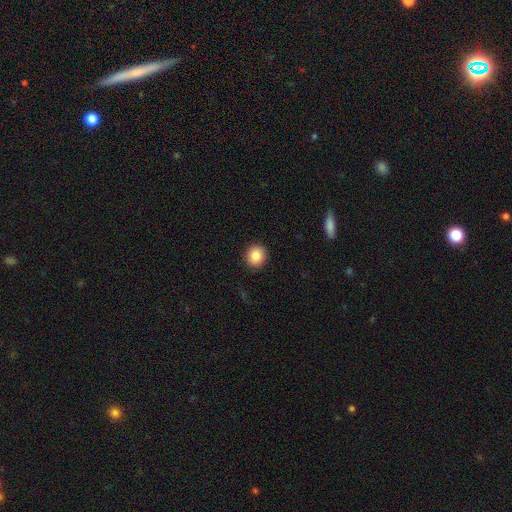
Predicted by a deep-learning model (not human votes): Morphology: type=smooth (86%); roundness=round (89%); merging=none (92%).